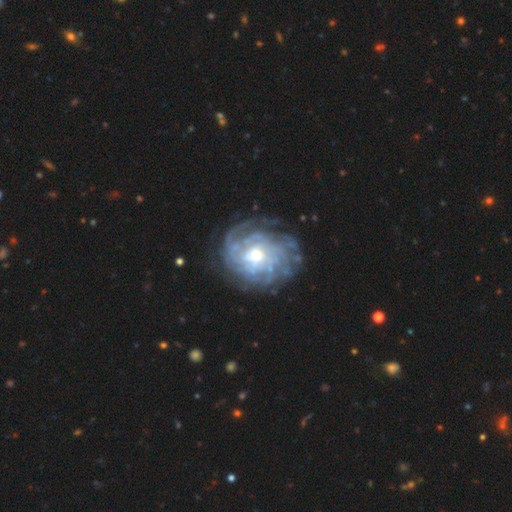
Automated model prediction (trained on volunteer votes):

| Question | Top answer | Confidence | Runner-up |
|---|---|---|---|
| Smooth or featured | featured or disk | 84% | smooth (9%) |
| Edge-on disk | no | 97% | yes (3%) |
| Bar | no | 61% | weak (31%) |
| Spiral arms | yes | 91% | no (9%) |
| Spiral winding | tight | 69% | medium (23%) |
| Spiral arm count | can't tell | 44% | more than 4 (20%) |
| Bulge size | small | 52% | moderate (42%) |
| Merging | none | 71% | minor disturbance (16%) |